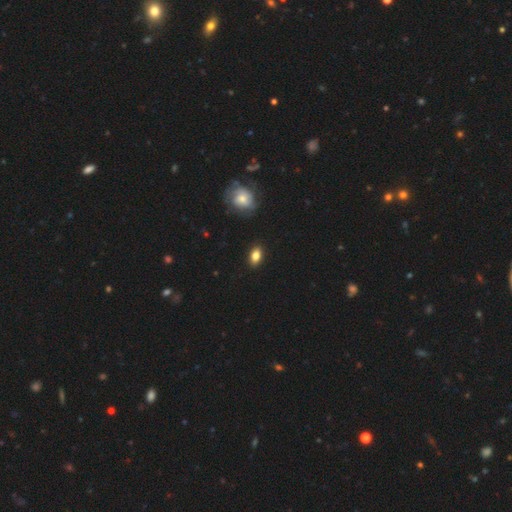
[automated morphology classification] Smooth or featured? smooth (83%)
How rounded? in between (88%)
Merging? none (88%)